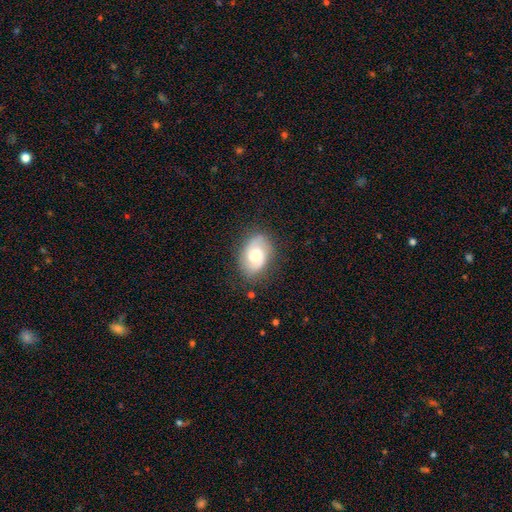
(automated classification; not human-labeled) smooth-or-featured: featured or disk: 64% | smooth: 29% | star or artifact: 7%
  disk-edge-on: no: 96% | yes: 4%
    bar: no: 61% | weak: 34% | strong: 5%
    has-spiral-arms: yes: 90% | no: 10%
      spiral-winding: medium: 47% | tight: 31% | loose: 21%
      spiral-arm-count: 2: 85% | can't tell: 8% | 1: 3% | 3: 2% | 4: 1% | more than 4: 1%
    bulge-size: moderate: 58% | large: 19% | small: 19% | dominant: 2% | none: 2%
  merging: none: 78% | minor disturbance: 16% | major disturbance: 5% | merger: 1%